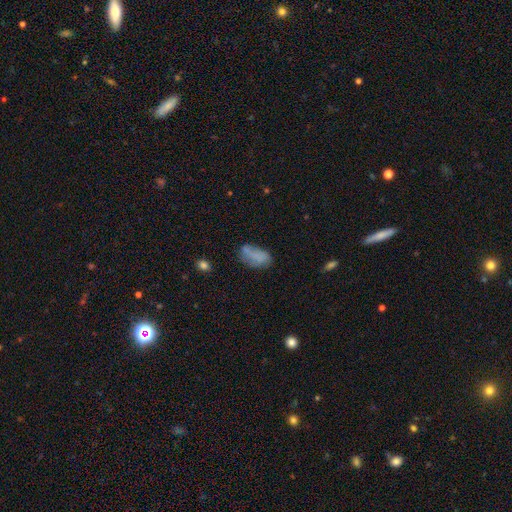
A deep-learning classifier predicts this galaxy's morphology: smooth_or_featured: smooth (p=0.72) [alt: featured or disk p=0.19]
how_rounded: in between (p=0.91) [alt: cigar-shaped p=0.05]
merging: none (p=0.49) [alt: minor disturbance p=0.30]